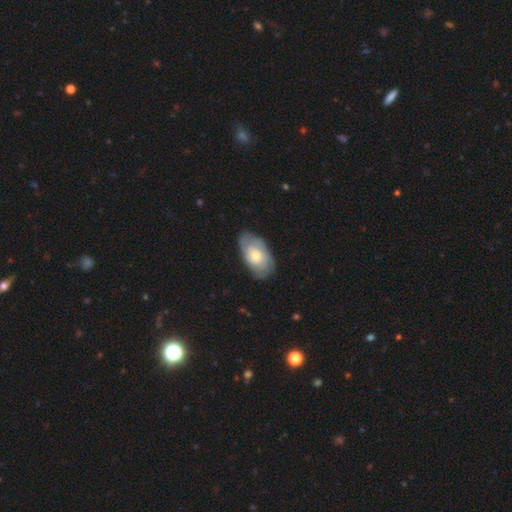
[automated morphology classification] Smooth or featured?
  - smooth: 50% *
  - featured or disk: 45%
  - star or artifact: 5%
Merging?
  - none: 72% *
  - minor disturbance: 22%
  - major disturbance: 5%
  - merger: 1%